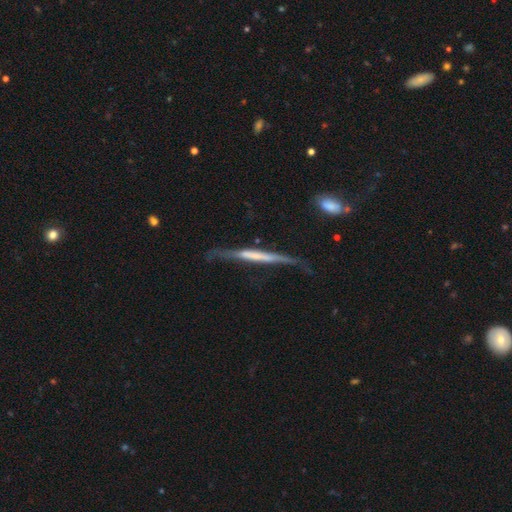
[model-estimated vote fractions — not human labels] This is likely a featured or disk galaxy (60%). It is clearly viewed edge-on (88%). Edge-on bulge: likely none (65%). Merging: possibly none (52%).